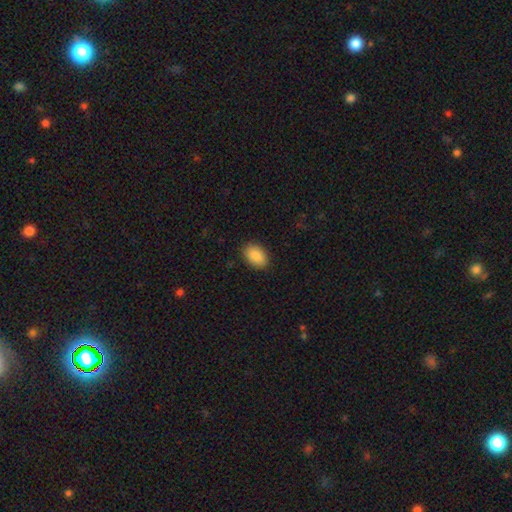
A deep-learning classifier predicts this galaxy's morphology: Smooth or featured?
  - smooth: 89% *
  - star or artifact: 7%
  - featured or disk: 4%
How rounded?
  - in between: 89% *
  - round: 10%
  - cigar-shaped: 1%
Merging?
  - none: 89% *
  - minor disturbance: 8%
  - major disturbance: 2%
  - merger: 1%